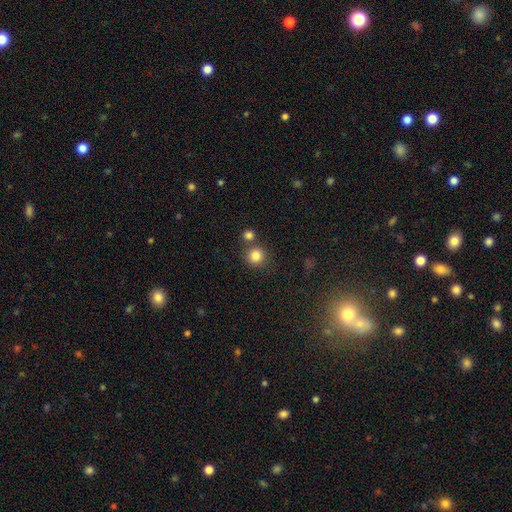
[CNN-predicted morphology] smooth-or-featured: smooth: 83% | star or artifact: 12% | featured or disk: 5%
  how-rounded: round: 92% | in between: 7% | cigar-shaped: 1%
  merging: none: 73% | merger: 16% | minor disturbance: 8% | major disturbance: 3%